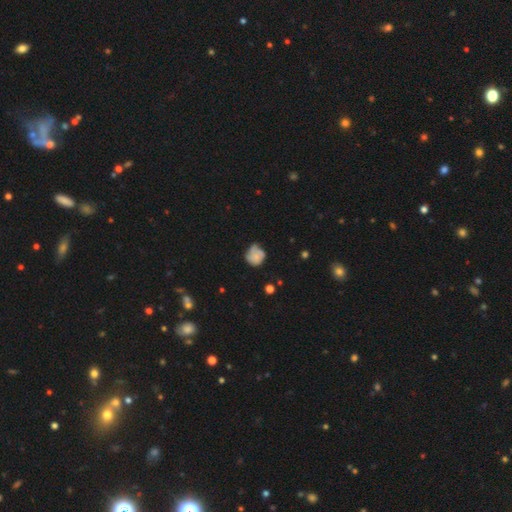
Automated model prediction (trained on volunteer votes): Smooth or featured? Predicted: smooth (p=0.61). How rounded? Predicted: round (p=0.77). Merging? Predicted: none (p=0.46).